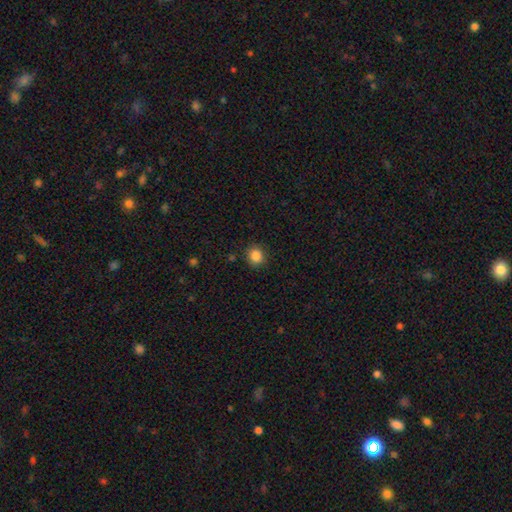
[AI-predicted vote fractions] Smooth or featured? Predicted: smooth (p=0.85). How rounded? Predicted: round (p=0.83). Merging? Predicted: none (p=0.89).